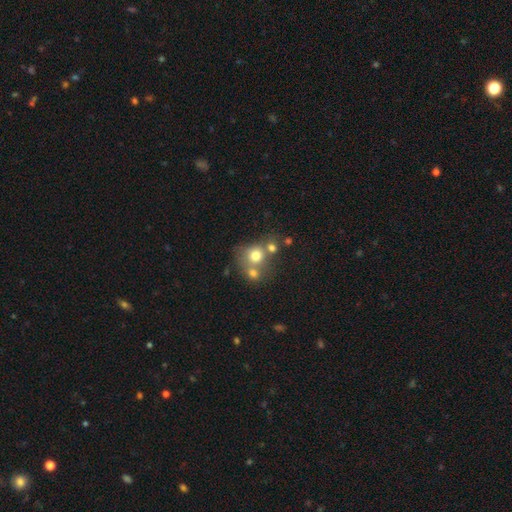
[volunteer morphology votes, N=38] Smooth or featured? smooth (84%)
How rounded? round (94%)
Merging? merger (53%)